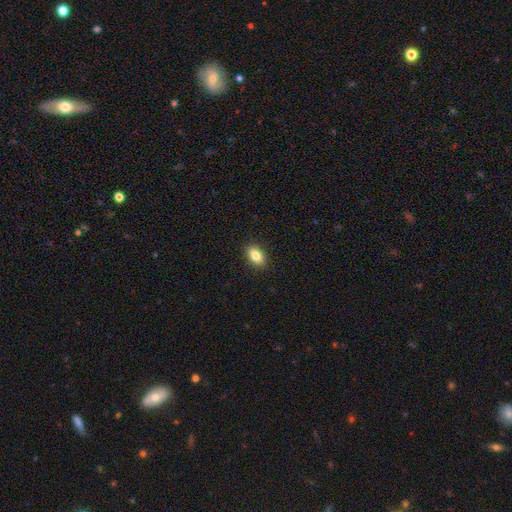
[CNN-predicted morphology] Smooth or featured? smooth (83%)
How rounded? in between (88%)
Merging? none (89%)